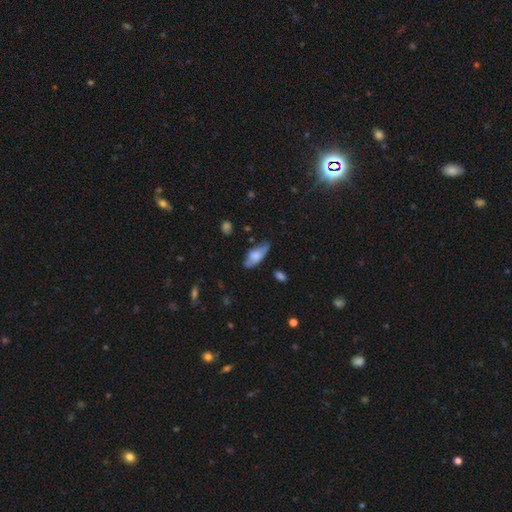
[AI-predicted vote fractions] Smooth or featured? Predicted: smooth (p=0.67). How rounded? Predicted: in between (p=0.82). Merging? Predicted: none (p=0.62).